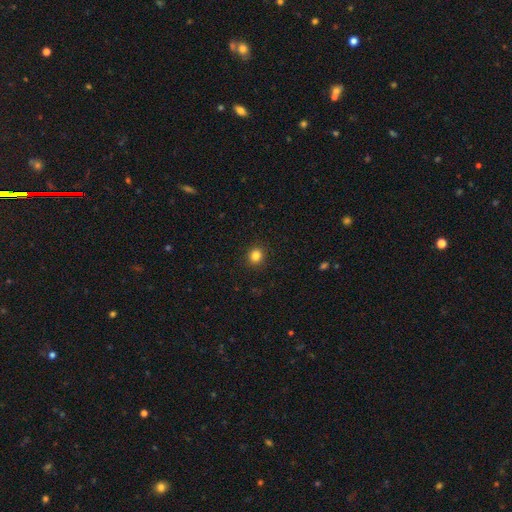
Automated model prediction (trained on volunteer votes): This is clearly a smooth galaxy (84%). How rounded: clearly round (87%). Merging: clearly none (91%).